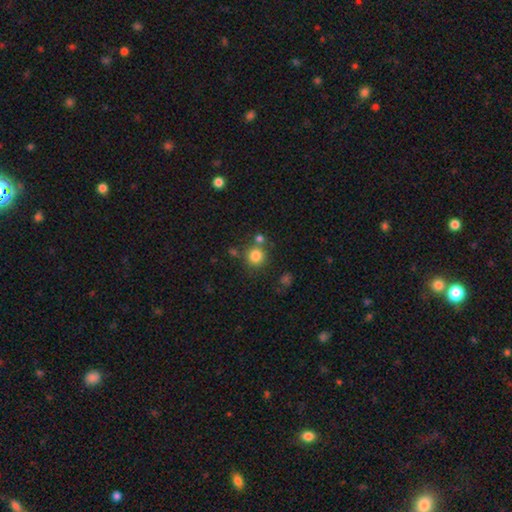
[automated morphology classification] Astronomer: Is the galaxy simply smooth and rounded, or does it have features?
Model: smooth — 82%.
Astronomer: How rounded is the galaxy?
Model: round — 92%.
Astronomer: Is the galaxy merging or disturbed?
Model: none — 71%.